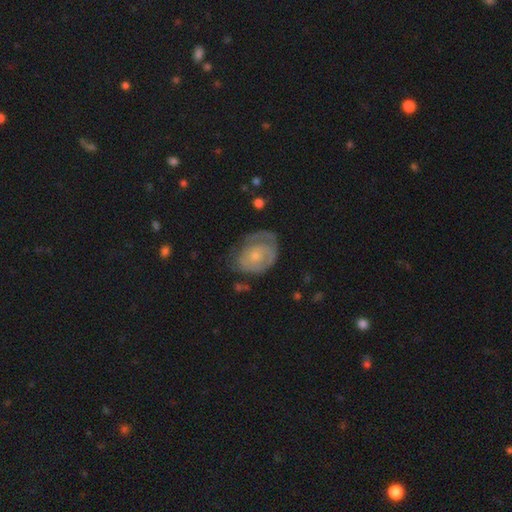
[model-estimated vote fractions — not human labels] This appears to be a featured or disk galaxy (62%) with no bar (80%), spiral arms (72%) and a small central bulge (57%). Merging: none (53%).